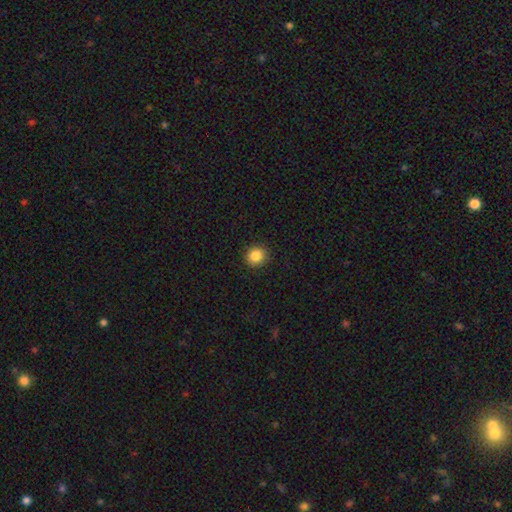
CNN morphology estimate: type=smooth (86%); roundness=round (89%); merging=none (91%).